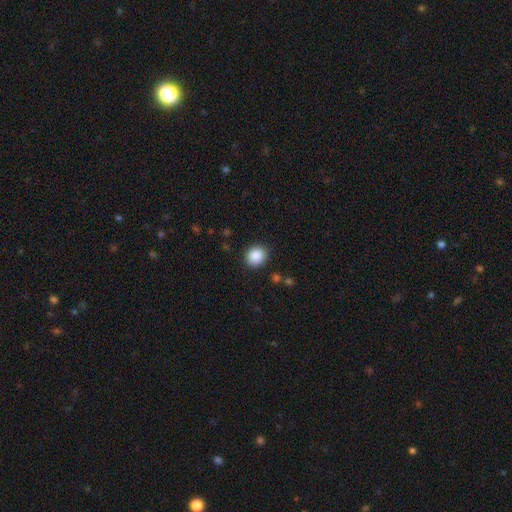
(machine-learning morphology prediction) This is clearly a smooth galaxy (88%). How rounded: clearly round (81%). Merging: clearly none (89%).